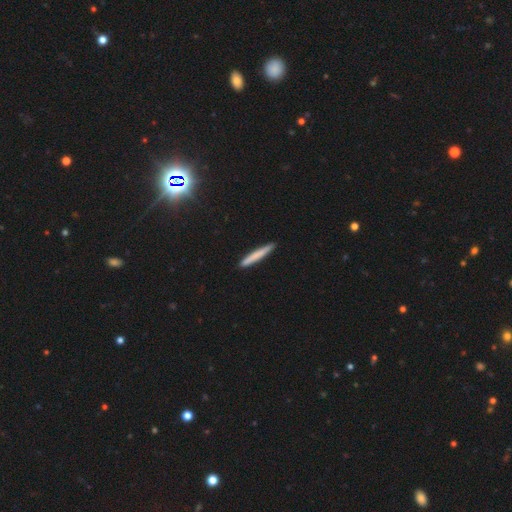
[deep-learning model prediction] Smooth or featured? Predicted: smooth (p=0.73). How rounded? Predicted: cigar-shaped (p=0.96). Merging? Predicted: none (p=0.91).